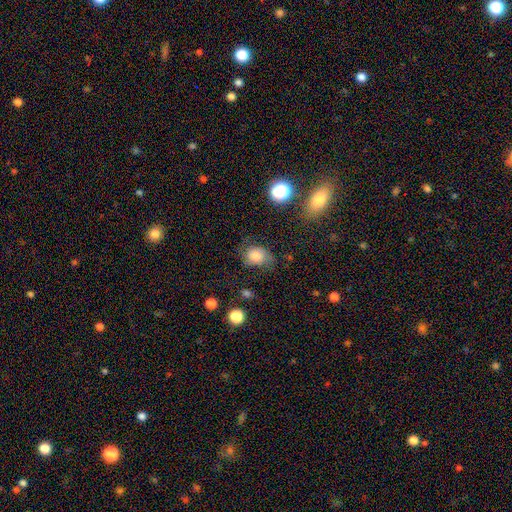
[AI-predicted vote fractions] Smooth or featured?
  - smooth: 67% *
  - featured or disk: 21%
  - star or artifact: 12%
How rounded?
  - round: 52% *
  - in between: 47%
  - cigar-shaped: 1%
Merging?
  - none: 57% *
  - minor disturbance: 27%
  - major disturbance: 14%
  - merger: 2%